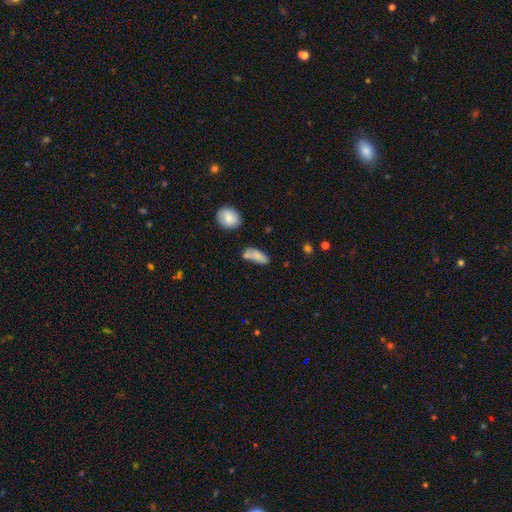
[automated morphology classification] Overall: smooth (79%). How rounded: in between (74%). Merging: none (49%; merger 23%).